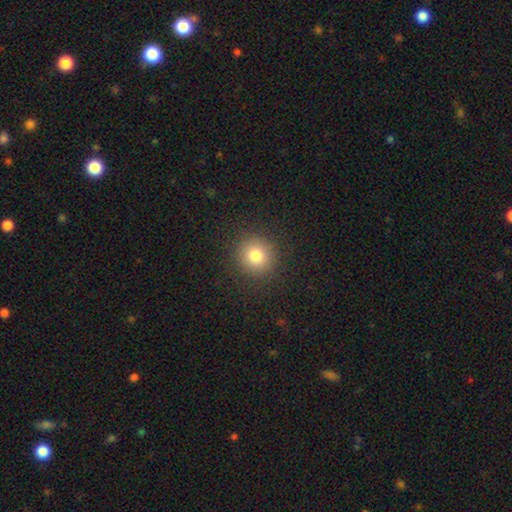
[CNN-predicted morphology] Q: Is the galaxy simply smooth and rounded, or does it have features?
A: smooth — 79%.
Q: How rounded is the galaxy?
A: round — 93%.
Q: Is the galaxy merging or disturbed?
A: none — 90%.